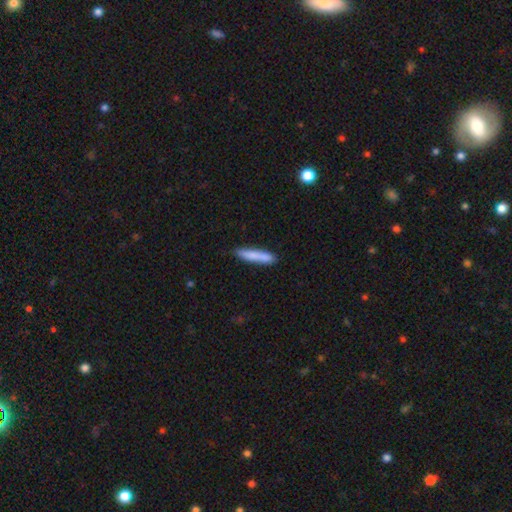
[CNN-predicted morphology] Smooth or featured? Predicted: smooth (p=0.80). How rounded? Predicted: cigar-shaped (p=0.89). Merging? Predicted: none (p=0.83).